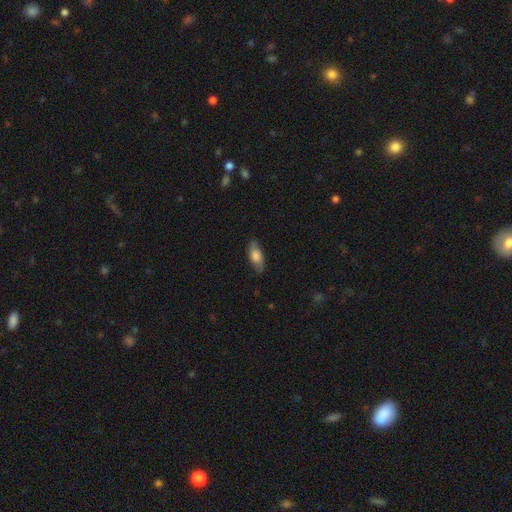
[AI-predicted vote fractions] smooth_or_featured: smooth (p=0.72) [alt: featured or disk p=0.21]
how_rounded: in between (p=0.79) [alt: cigar-shaped p=0.18]
merging: none (p=0.79) [alt: minor disturbance p=0.17]